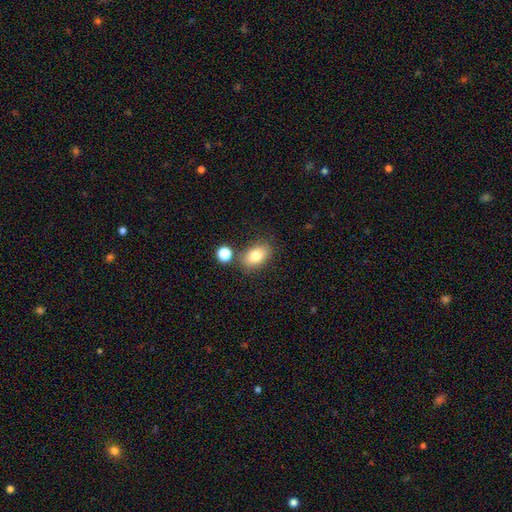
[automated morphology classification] Smooth or featured?
  - smooth: 79% *
  - featured or disk: 11%
  - star or artifact: 10%
How rounded?
  - in between: 83% *
  - round: 15%
  - cigar-shaped: 2%
Merging?
  - none: 75% *
  - minor disturbance: 13%
  - merger: 9%
  - major disturbance: 4%